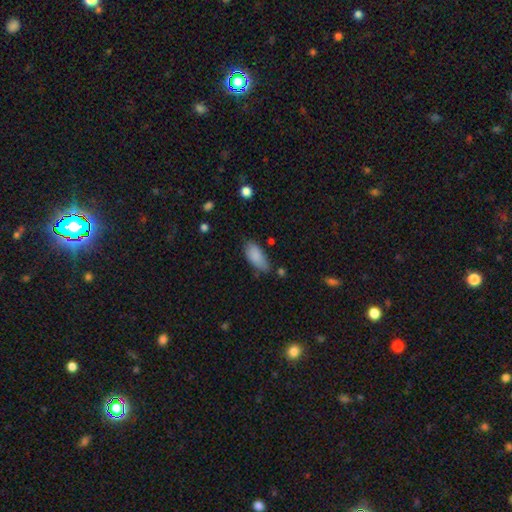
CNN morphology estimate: smooth 86%, featured or disk 7%, star or artifact 7%. Down the decision tree: how rounded — in between (88%); merging — none (65%).